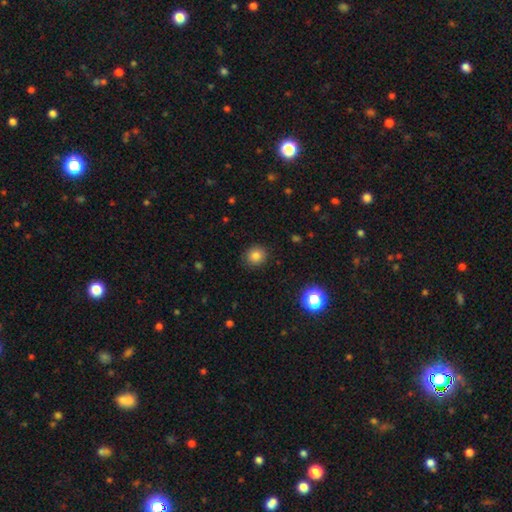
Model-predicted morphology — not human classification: type=smooth (81%); roundness=round (89%); merging=none (90%).